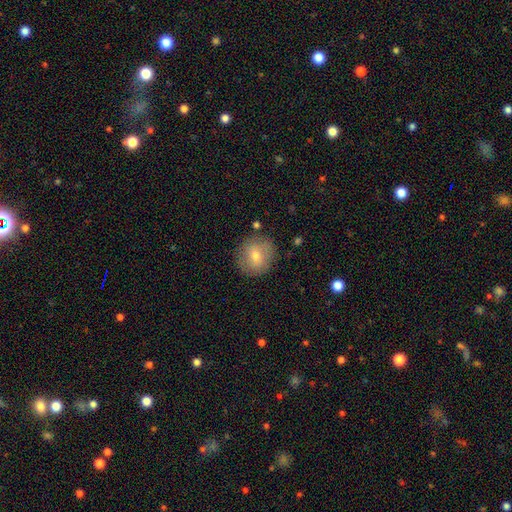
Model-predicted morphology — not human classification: The model was most divided on "smooth or featured": smooth: 70%, featured or disk: 22%, star or artifact: 8%. More confident: how rounded — round (89%); merging — none (84%).